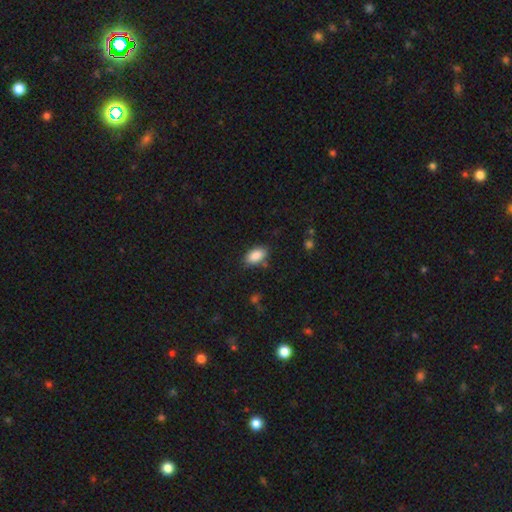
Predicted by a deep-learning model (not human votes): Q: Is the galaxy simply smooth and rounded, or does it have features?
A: smooth — 88%.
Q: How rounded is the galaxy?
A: in between — 92%.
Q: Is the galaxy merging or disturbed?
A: none — 80%.